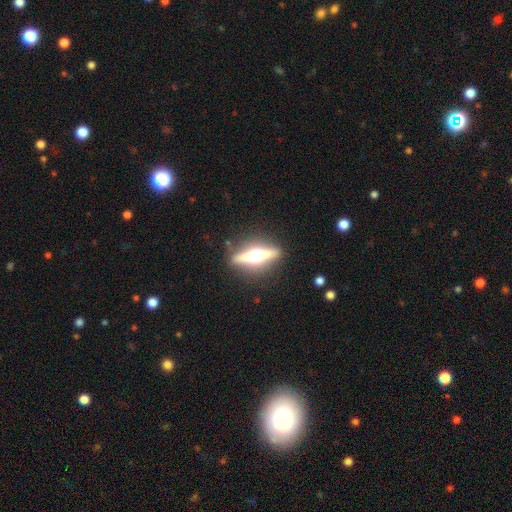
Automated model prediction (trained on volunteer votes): Smooth or featured? Predicted: featured or disk (p=0.78). Edge-on disk? Predicted: yes (p=0.95). Edge-on bulge? Predicted: rounded (p=0.96). Merging? Predicted: none (p=0.87).